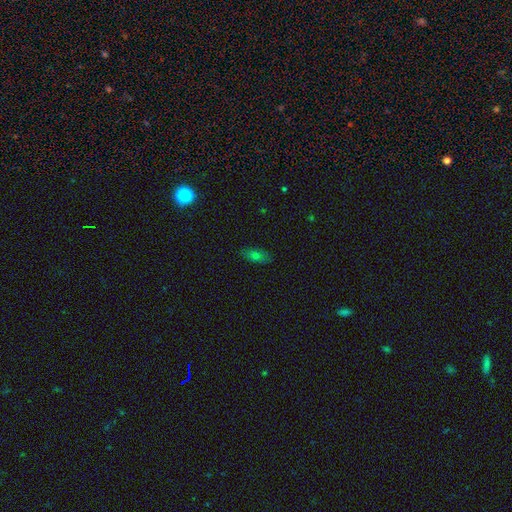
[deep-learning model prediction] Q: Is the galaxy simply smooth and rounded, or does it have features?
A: smooth — 70%.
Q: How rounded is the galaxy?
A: in between — 82%.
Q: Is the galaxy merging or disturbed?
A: none — 84%.